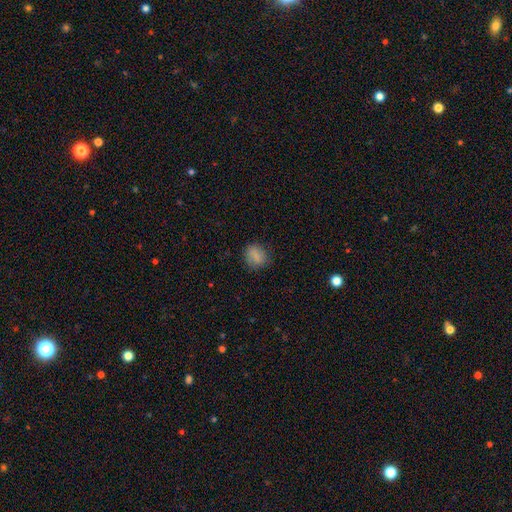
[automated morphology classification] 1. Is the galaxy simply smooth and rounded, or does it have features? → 81% smooth, 11% star or artifact, 9% featured or disk.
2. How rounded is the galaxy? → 62% round, 36% in between, 2% cigar-shaped.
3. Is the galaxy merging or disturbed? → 76% none, 17% minor disturbance, 5% major disturbance, 1% merger.